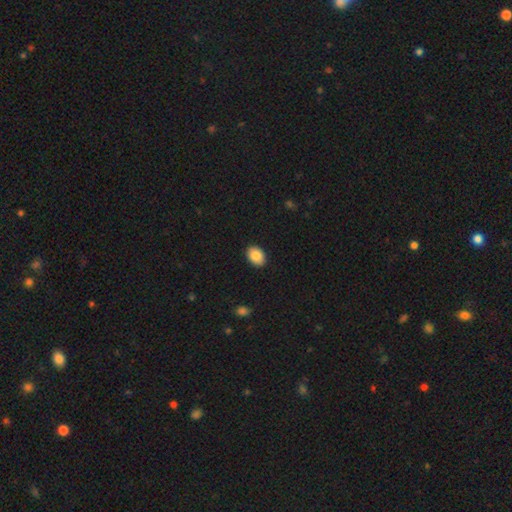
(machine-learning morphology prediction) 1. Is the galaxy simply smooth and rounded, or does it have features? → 88% smooth, 7% star or artifact, 5% featured or disk.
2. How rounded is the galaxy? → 74% in between, 25% round, 1% cigar-shaped.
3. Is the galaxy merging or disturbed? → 90% none, 7% minor disturbance, 2% major disturbance, 1% merger.